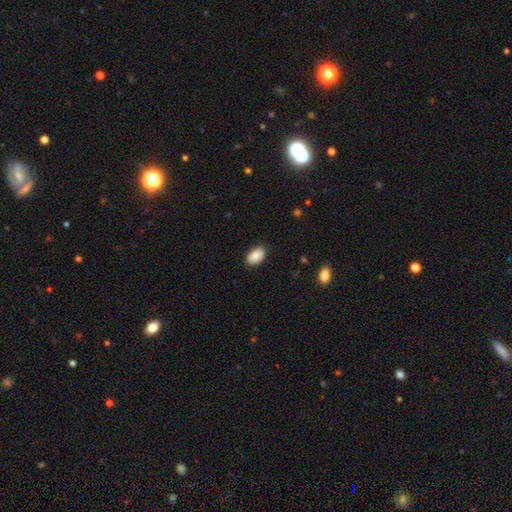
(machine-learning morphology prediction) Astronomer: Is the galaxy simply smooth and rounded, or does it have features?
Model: smooth — 87%.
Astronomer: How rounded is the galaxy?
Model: in between — 92%.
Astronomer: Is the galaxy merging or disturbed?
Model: none — 82%.